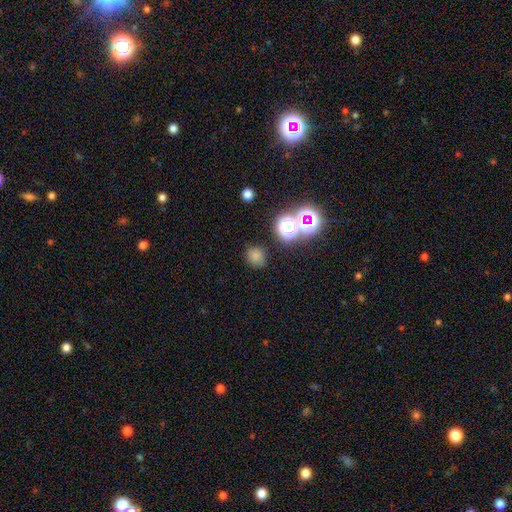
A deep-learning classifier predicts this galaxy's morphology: Smooth or featured?
  - smooth: 71% *
  - star or artifact: 22%
  - featured or disk: 6%
How rounded?
  - round: 82% *
  - in between: 16%
  - cigar-shaped: 1%
Merging?
  - none: 77% *
  - minor disturbance: 13%
  - merger: 5%
  - major disturbance: 5%